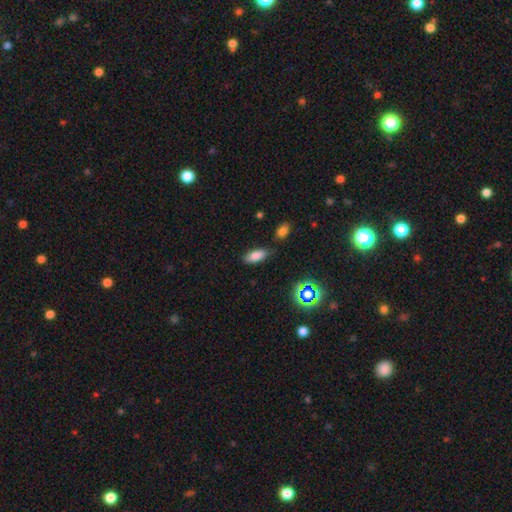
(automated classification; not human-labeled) smooth_or_featured: smooth (p=0.80) [alt: star or artifact p=0.12]
how_rounded: in between (p=0.84) [alt: cigar-shaped p=0.13]
merging: none (p=0.76) [alt: minor disturbance p=0.15]